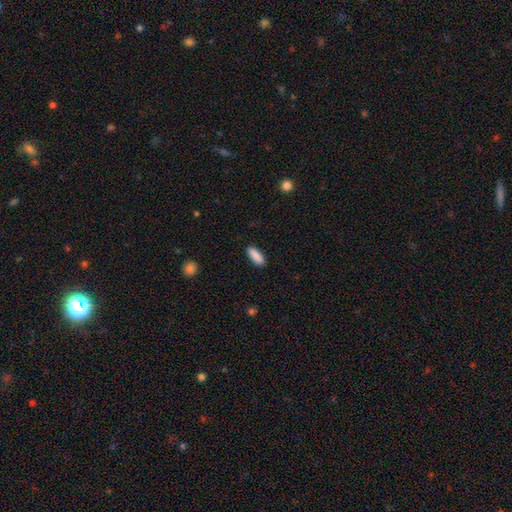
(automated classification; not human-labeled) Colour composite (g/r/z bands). It shows a smooth galaxy with no disk features (90%) that is in between round and cigar-shaped (67%). Merging: none (89%).